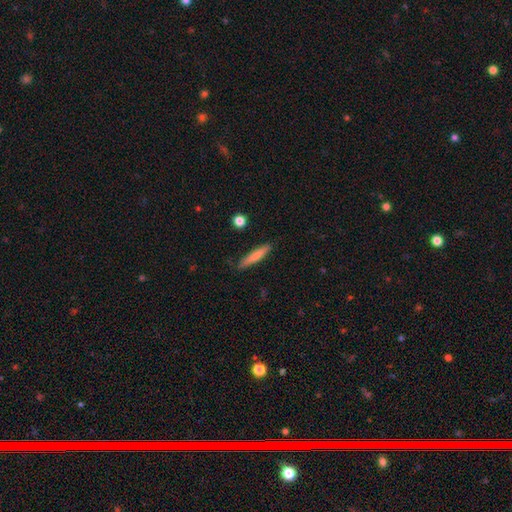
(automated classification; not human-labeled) Smooth or featured? smooth (74%)
How rounded? cigar-shaped (91%)
Merging? none (84%)